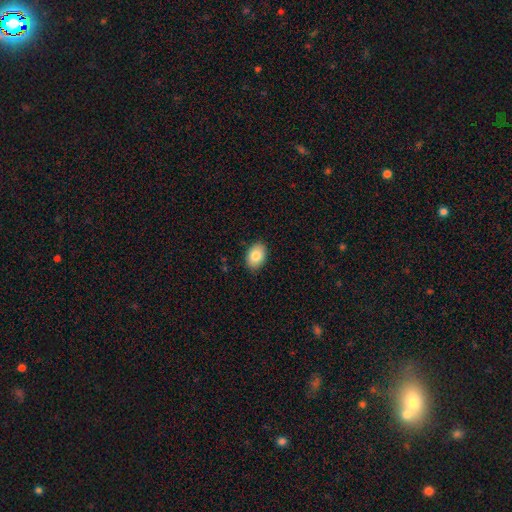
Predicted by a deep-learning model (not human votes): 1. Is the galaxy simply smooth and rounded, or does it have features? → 85% smooth, 8% featured or disk, 7% star or artifact.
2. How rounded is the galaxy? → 83% in between, 16% round, 1% cigar-shaped.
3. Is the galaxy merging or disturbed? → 88% none, 9% minor disturbance, 2% major disturbance, 1% merger.